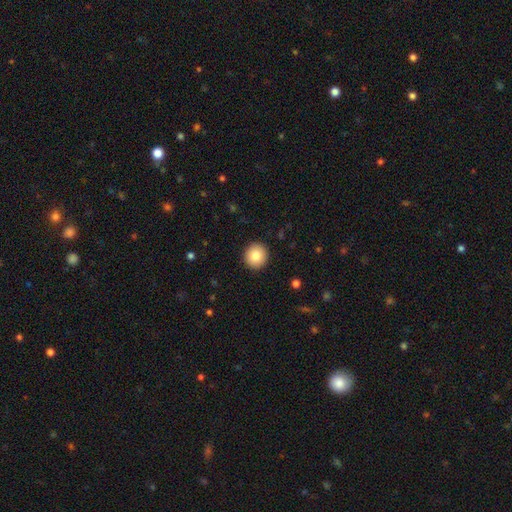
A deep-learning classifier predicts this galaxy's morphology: smooth 83%, star or artifact 9%, featured or disk 8%. Down the decision tree: how rounded — round (93%); merging — none (93%).